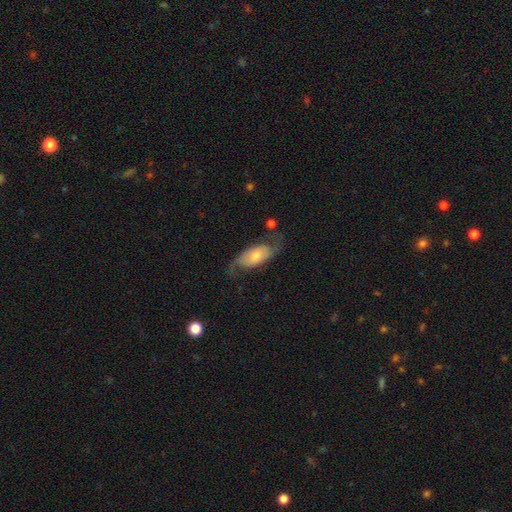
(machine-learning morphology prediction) featured or disk 63%, smooth 30%, star or artifact 7%. Down the decision tree: edge-on disk — no (91%); bar — no (67%); spiral arms — yes (87%); bulge size — small (47%); merging — none (57%).